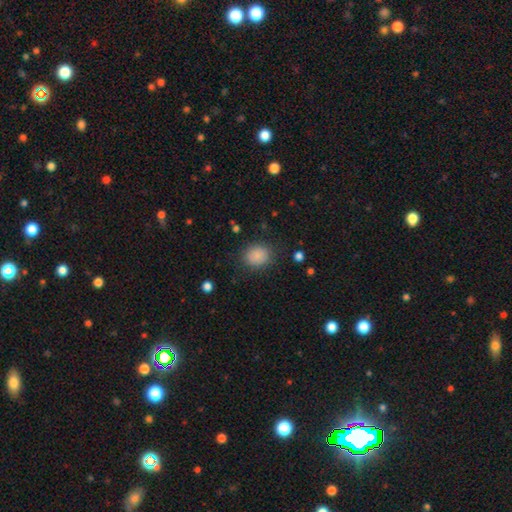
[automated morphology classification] Q: Smooth or featured?
A: smooth (85%); runner-up: star or artifact (10%)
Q: How rounded?
A: round (70%); runner-up: in between (29%)
Q: Merging?
A: none (84%); runner-up: minor disturbance (11%)